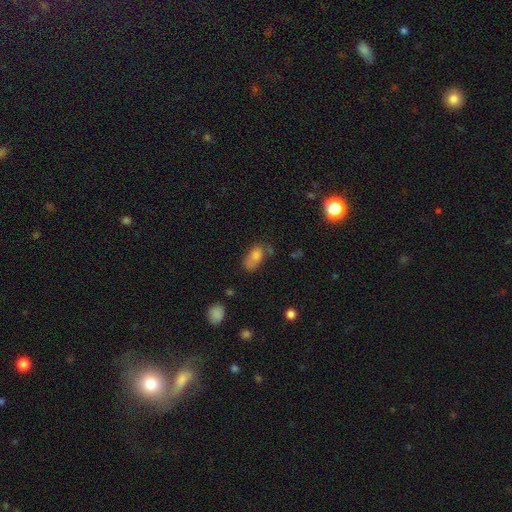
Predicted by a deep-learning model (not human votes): Smooth or featured?
  - smooth: 72% *
  - featured or disk: 16%
  - star or artifact: 12%
How rounded?
  - in between: 84% *
  - round: 12%
  - cigar-shaped: 4%
Merging?
  - none: 41% *
  - minor disturbance: 28%
  - major disturbance: 16%
  - merger: 16%